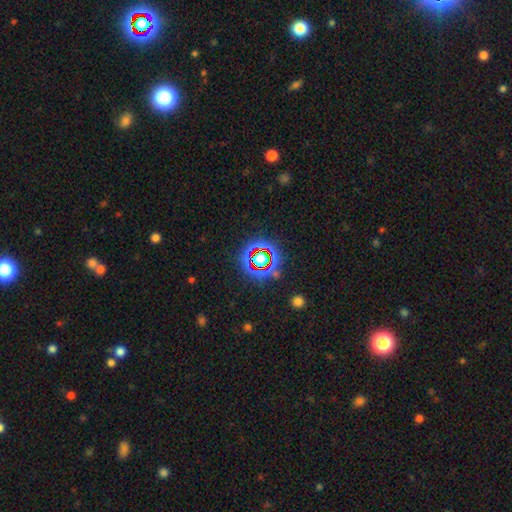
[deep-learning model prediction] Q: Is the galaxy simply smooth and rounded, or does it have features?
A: star or artifact — 73%.